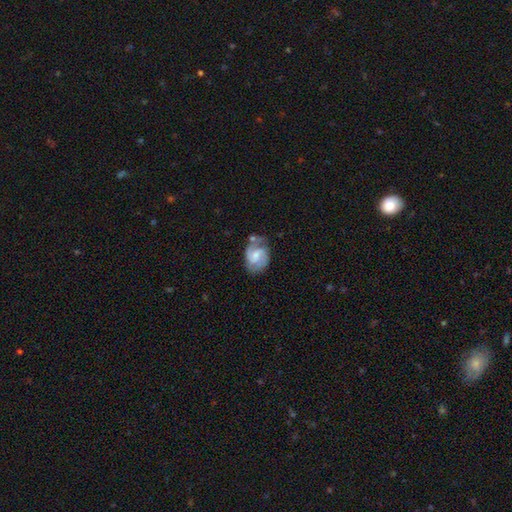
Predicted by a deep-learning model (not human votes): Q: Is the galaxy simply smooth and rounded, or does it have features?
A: featured or disk — 72%.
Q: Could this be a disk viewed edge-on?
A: no — 98%.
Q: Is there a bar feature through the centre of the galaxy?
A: weak — 51%.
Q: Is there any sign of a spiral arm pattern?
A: yes — 93%.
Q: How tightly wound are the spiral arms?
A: medium — 51%.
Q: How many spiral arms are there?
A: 2 — 79%.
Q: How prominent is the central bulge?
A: moderate — 40%.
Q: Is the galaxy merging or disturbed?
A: none — 53%.